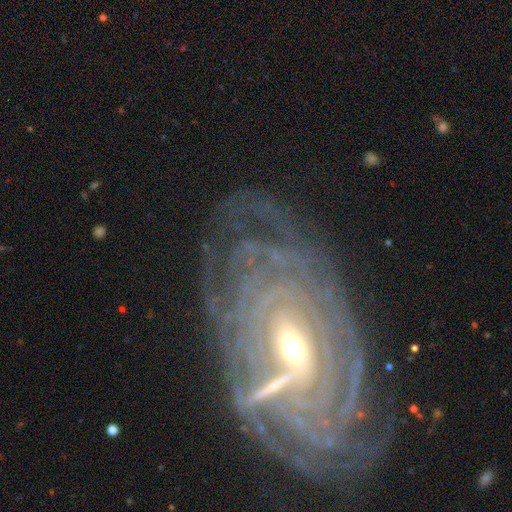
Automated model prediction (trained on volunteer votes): The model was most divided on "bar": weak: 39%, strong: 33%, no: 28%. Remaining: edge-on disk — no (94%); spiral arms — yes (94%); smooth or featured — featured or disk (87%); spiral winding — tight (82%); merging — none (67%); bulge size — moderate (52%); spiral arm count — can't tell (34%).